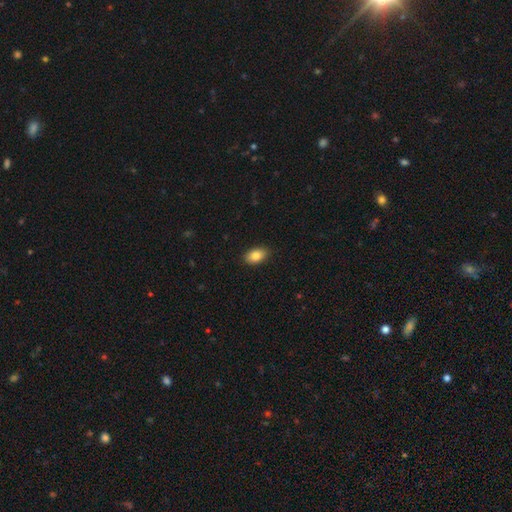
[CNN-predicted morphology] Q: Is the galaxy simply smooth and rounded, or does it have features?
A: smooth — 85%.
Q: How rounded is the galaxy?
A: in between — 91%.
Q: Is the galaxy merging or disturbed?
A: none — 87%.